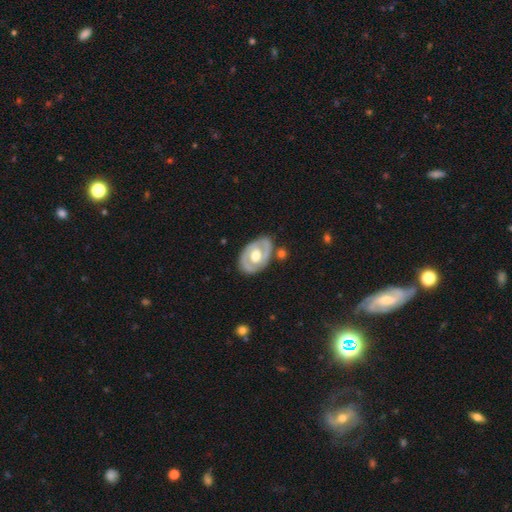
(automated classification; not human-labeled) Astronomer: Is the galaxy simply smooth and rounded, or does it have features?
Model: featured or disk — 69%.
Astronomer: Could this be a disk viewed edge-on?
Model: no — 93%.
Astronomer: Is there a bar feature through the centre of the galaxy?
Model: no — 68%.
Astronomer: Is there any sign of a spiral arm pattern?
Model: no — 55% (runner-up: yes, 45%).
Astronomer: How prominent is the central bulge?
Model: moderate — 63%.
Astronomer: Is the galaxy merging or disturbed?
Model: none — 75%.